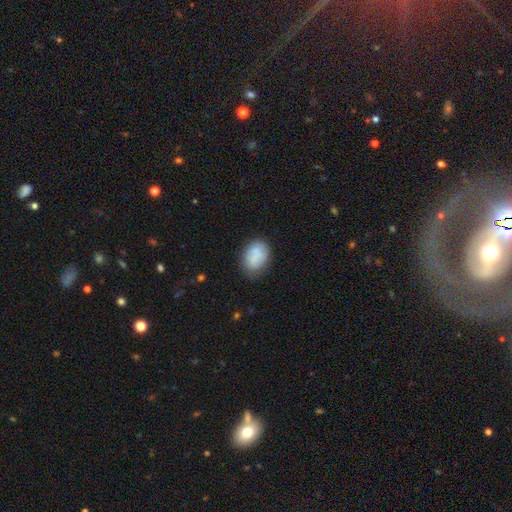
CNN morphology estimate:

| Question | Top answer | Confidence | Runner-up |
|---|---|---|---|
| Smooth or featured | smooth | 81% | featured or disk (12%) |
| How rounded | in between | 77% | round (22%) |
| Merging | none | 72% | minor disturbance (21%) |